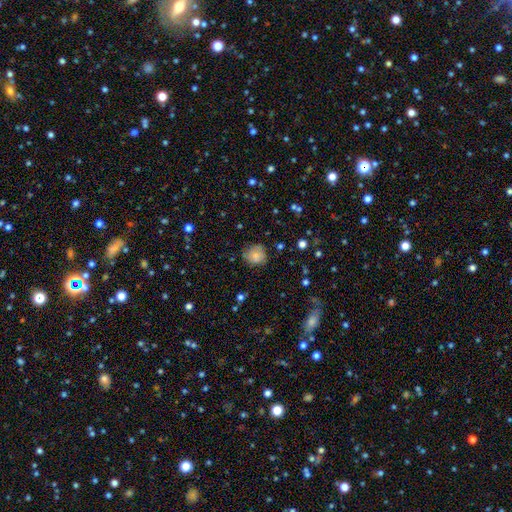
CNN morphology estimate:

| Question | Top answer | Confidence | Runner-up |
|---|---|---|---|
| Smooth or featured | smooth | 71% | featured or disk (19%) |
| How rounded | round | 85% | in between (14%) |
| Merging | none | 73% | minor disturbance (20%) |